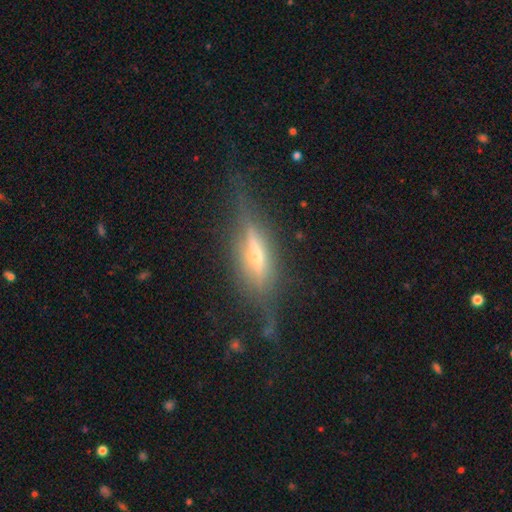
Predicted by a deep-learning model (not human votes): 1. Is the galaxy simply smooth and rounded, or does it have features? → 74% featured or disk, 18% smooth, 8% star or artifact.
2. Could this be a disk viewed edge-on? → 90% yes, 10% no.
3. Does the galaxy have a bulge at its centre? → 82% rounded, 10% boxy, 8% none.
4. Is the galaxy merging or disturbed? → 67% none, 20% minor disturbance, 11% major disturbance, 2% merger.